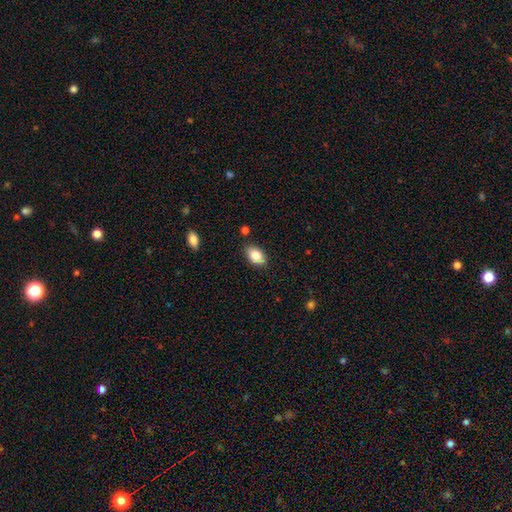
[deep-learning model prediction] A smooth galaxy with no disk features (83%) that is in between round and cigar-shaped (90%). Merging: none (83%).